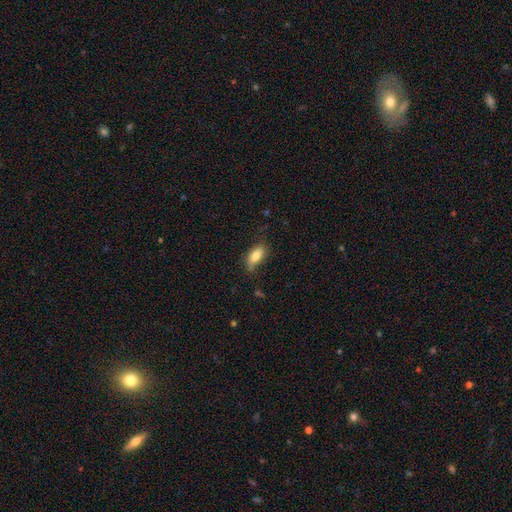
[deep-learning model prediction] This is clearly a smooth galaxy (80%). How rounded: clearly in between (87%). Merging: likely none (68%).